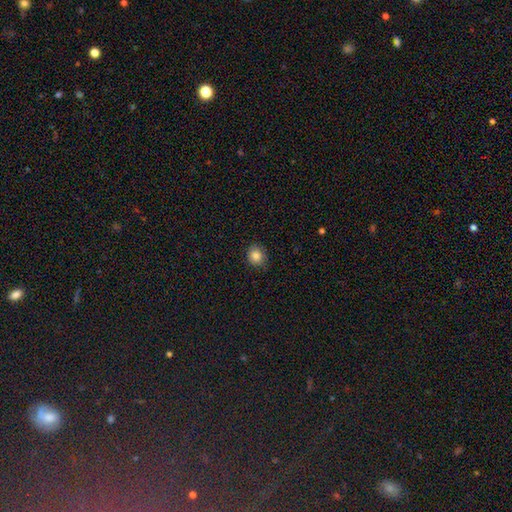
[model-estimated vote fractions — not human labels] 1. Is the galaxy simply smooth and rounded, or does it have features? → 85% smooth, 10% star or artifact, 5% featured or disk.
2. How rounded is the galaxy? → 74% round, 25% in between, 1% cigar-shaped.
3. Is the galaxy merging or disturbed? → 82% none, 14% minor disturbance, 2% major disturbance, 1% merger.